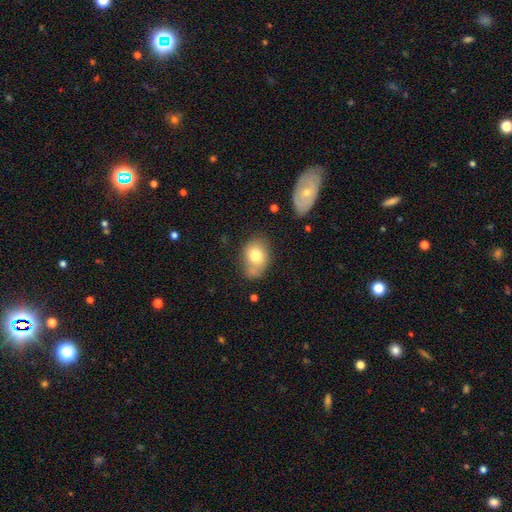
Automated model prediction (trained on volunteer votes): Overall: smooth (76%). How rounded: in between (67%; round 32%). Merging: none (58%; minor disturbance 25%).